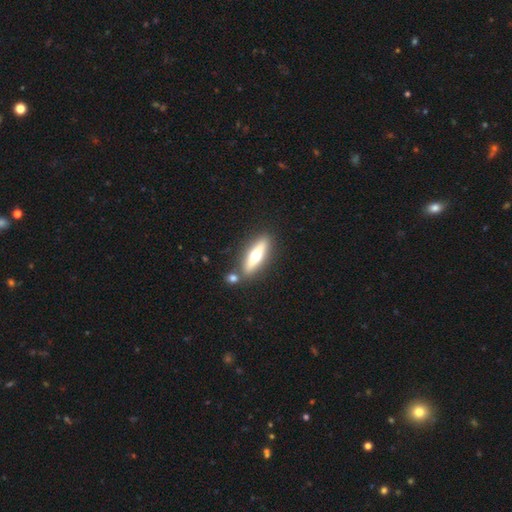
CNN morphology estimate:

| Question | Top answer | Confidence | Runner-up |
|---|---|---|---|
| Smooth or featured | featured or disk | 53% | smooth (41%) |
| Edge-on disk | yes | 87% | no (13%) |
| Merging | none | 79% | merger (10%) |